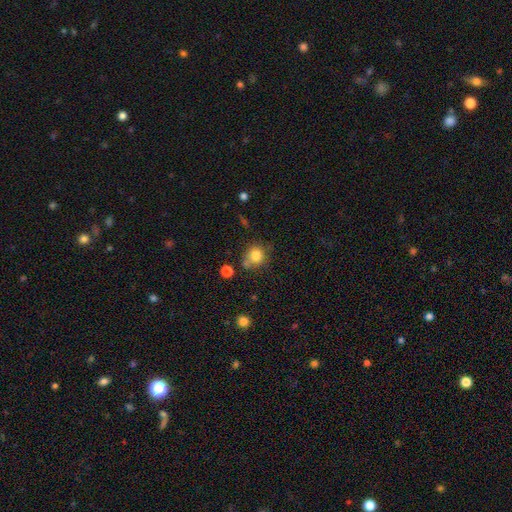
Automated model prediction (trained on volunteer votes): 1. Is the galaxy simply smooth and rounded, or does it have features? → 81% smooth, 11% star or artifact, 8% featured or disk.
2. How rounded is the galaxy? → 83% round, 16% in between, 1% cigar-shaped.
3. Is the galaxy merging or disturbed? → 63% none, 20% minor disturbance, 11% merger, 6% major disturbance.